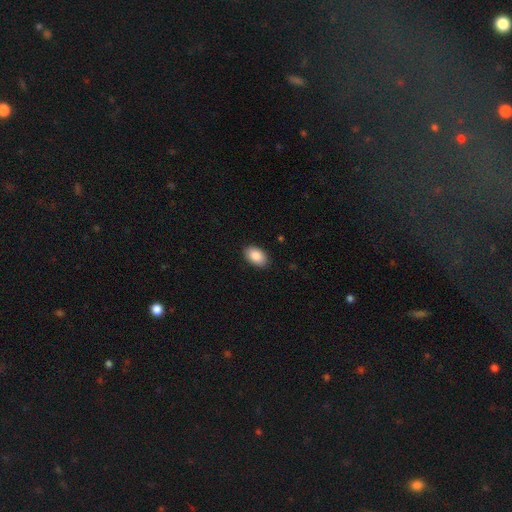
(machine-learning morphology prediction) smooth 89%, star or artifact 7%, featured or disk 5%. Down the decision tree: how rounded — in between (91%); merging — none (88%).